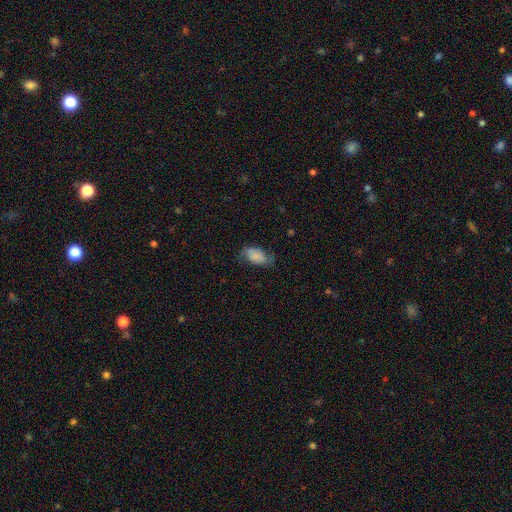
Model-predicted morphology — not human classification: A smooth galaxy with no disk features (75%) that is in between round and cigar-shaped (93%).

Vote fractions:
- Smooth or featured? smooth: 75% / featured or disk: 17% / star or artifact: 8%
- How rounded? in between: 93% / round: 4% / cigar-shaped: 2%
- Merging? none: 58% / minor disturbance: 29% / major disturbance: 12% / merger: 1%